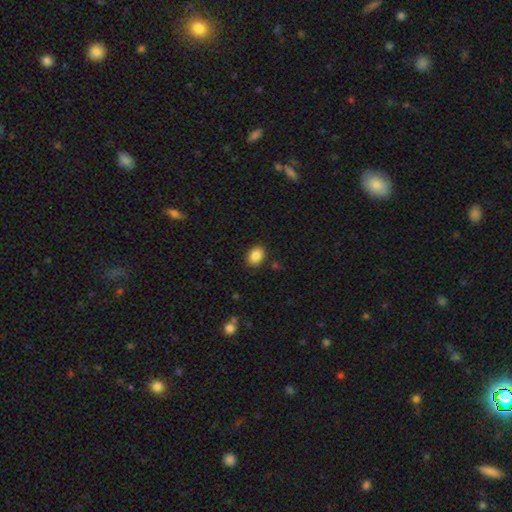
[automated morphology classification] type=smooth (87%); roundness=in between (78%); merging=none (87%).